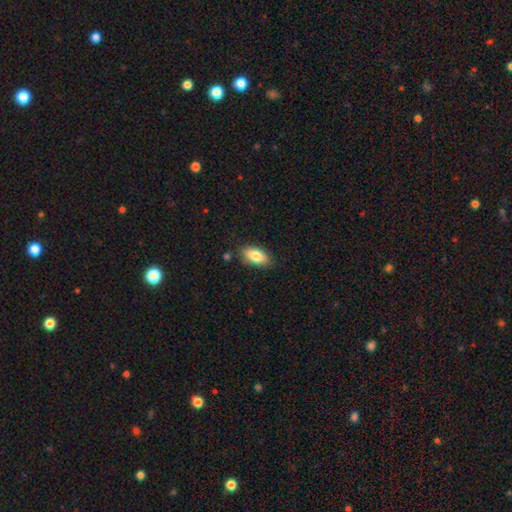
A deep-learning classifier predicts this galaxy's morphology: This appears to be a smooth galaxy with no disk features (82%) that is in between round and cigar-shaped (90%). Merging: none (83%).